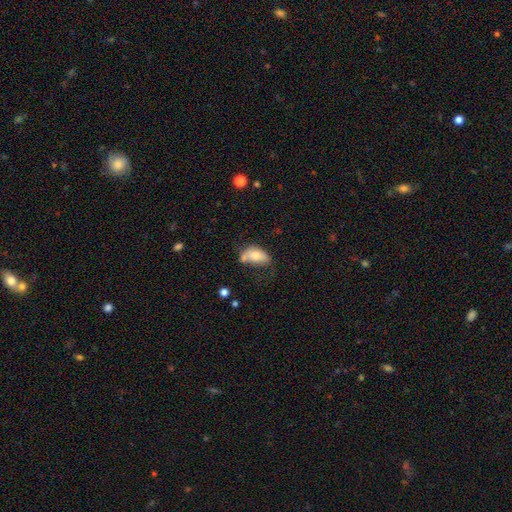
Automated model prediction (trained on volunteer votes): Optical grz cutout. It shows a smooth galaxy with no disk features (69%) that is in between round and cigar-shaped (89%). Merging: none (34%).